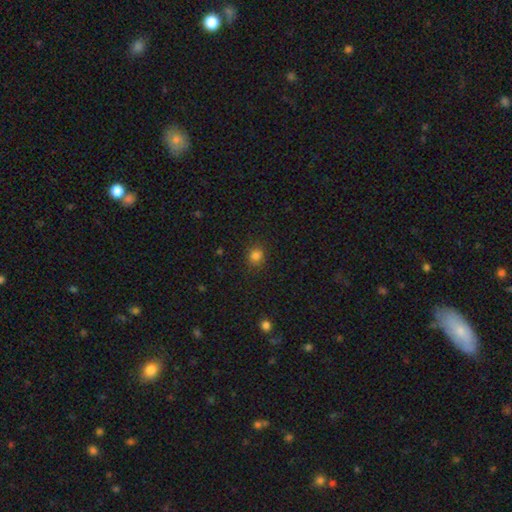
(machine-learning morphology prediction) Smooth or featured? smooth (82%)
How rounded? round (82%)
Merging? none (87%)